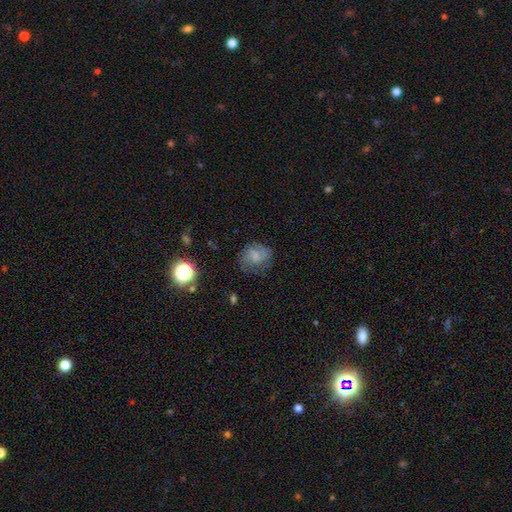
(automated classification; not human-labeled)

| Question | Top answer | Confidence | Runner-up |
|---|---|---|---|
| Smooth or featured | smooth | 46% | featured or disk (43%) |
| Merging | none | 60% | minor disturbance (24%) |